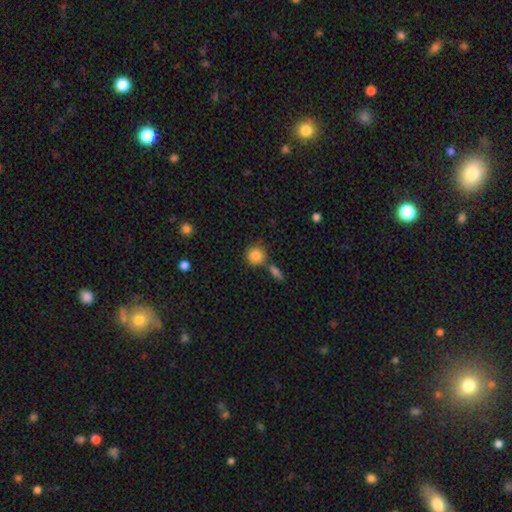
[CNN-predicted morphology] smooth_or_featured: smooth (p=0.86) [alt: star or artifact p=0.09]
how_rounded: round (p=0.88) [alt: in between p=0.11]
merging: none (p=0.71) [alt: merger p=0.15]